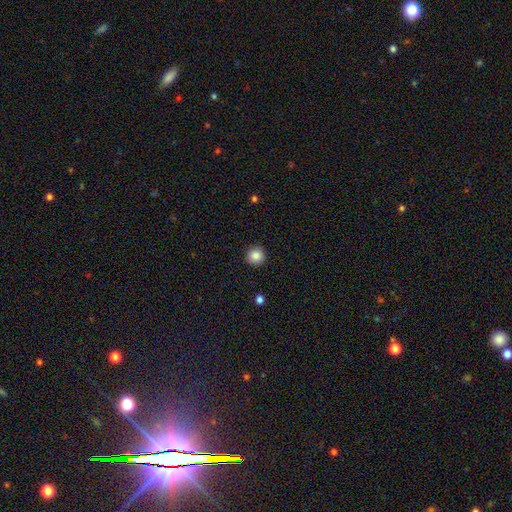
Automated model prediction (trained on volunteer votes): Smooth or featured? smooth (86%)
How rounded? round (95%)
Merging? none (92%)